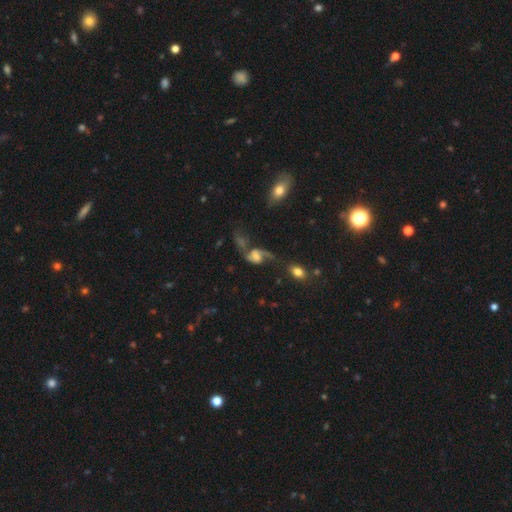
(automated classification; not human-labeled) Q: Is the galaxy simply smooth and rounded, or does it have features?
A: featured or disk — 68%.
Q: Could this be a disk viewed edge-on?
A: no — 96%.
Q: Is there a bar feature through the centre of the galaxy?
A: no — 53%.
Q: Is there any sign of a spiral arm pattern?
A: yes — 89%.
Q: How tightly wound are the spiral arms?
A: loose — 76%.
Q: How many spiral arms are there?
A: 2 — 82%.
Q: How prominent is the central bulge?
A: moderate — 33%.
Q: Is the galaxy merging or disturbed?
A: none — 32%.